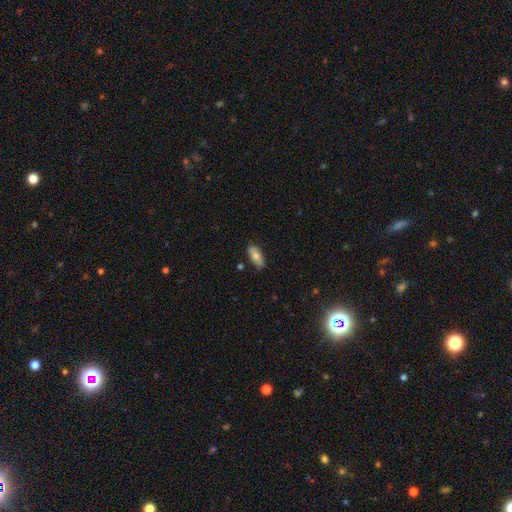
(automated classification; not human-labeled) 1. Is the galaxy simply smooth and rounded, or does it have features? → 68% smooth, 25% featured or disk, 7% star or artifact.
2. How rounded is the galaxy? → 88% in between, 9% cigar-shaped, 3% round.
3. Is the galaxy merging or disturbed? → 80% none, 15% minor disturbance, 2% major disturbance, 2% merger.